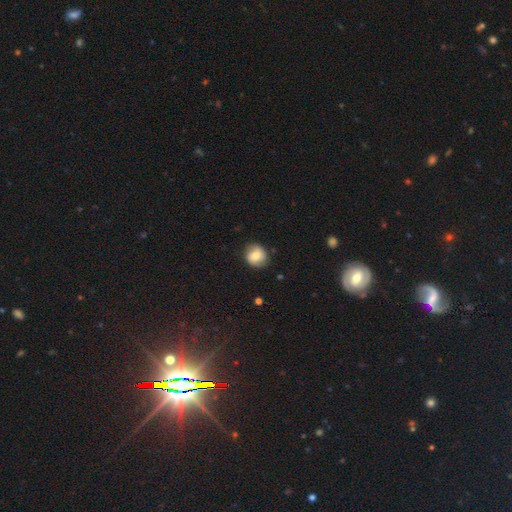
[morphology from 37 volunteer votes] Smooth or featured? 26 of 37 (70%) said smooth. How rounded? 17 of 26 (65%) said round. Merging? 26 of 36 (72%) said none.